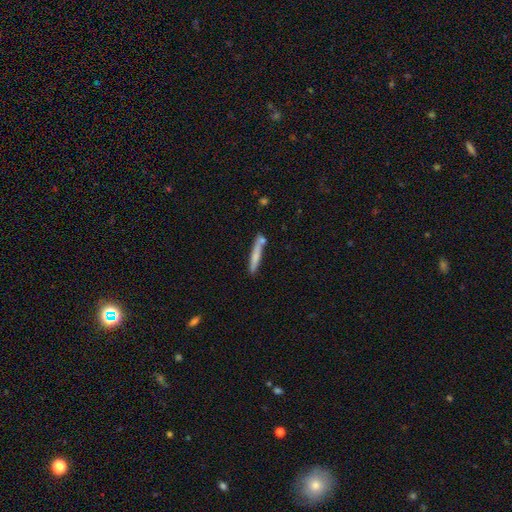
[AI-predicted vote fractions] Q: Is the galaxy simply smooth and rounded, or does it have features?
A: smooth — 67%.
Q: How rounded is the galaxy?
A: cigar-shaped — 94%.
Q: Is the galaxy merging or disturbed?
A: none — 71%.